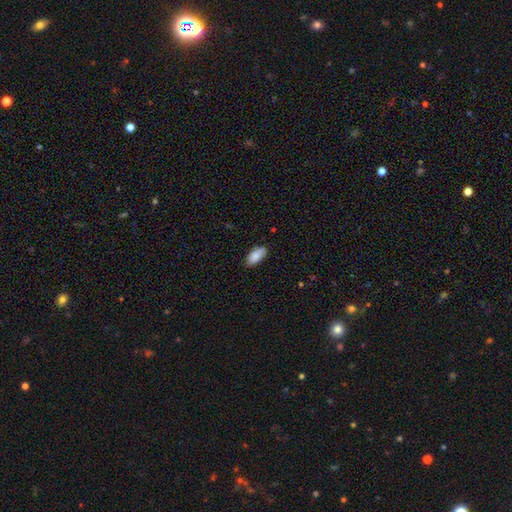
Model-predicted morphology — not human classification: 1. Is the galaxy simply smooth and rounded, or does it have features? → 86% smooth, 8% featured or disk, 6% star or artifact.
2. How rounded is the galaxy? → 88% in between, 10% cigar-shaped, 2% round.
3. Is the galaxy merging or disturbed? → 77% none, 18% minor disturbance, 3% major disturbance, 2% merger.